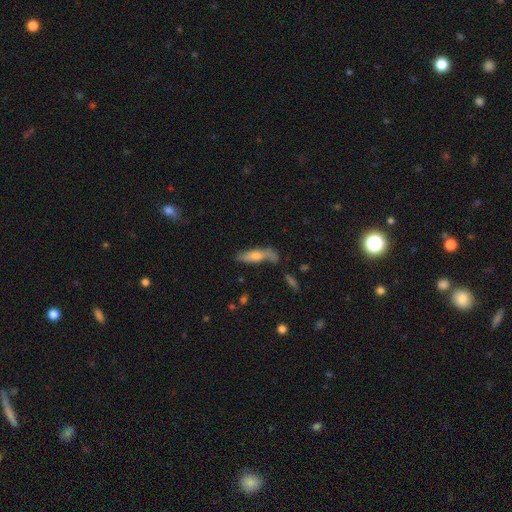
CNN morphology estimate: smooth-or-featured: smooth: 53% | featured or disk: 38% | star or artifact: 8%
  how-rounded: cigar-shaped: 61% | in between: 36% | round: 3%
  merging: none: 50% | minor disturbance: 24% | merger: 14% | major disturbance: 12%